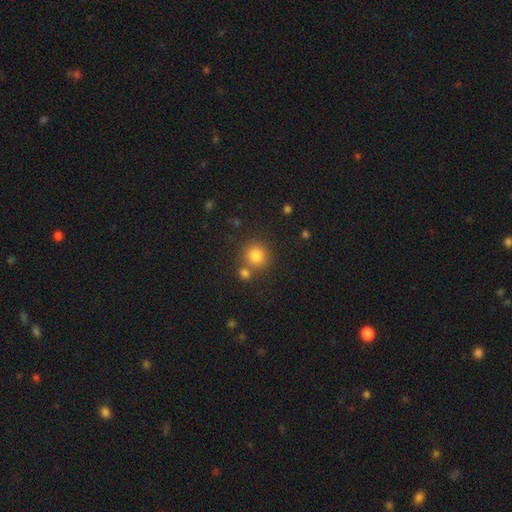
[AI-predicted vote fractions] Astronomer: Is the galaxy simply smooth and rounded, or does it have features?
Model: smooth — 82%.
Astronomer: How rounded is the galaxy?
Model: round — 89%.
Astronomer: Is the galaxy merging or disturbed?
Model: none — 70%.